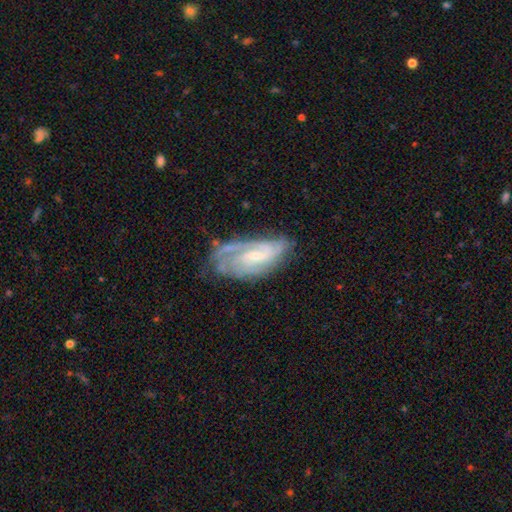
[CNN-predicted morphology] smooth-or-featured: featured or disk: 84% | smooth: 10% | star or artifact: 6%
  disk-edge-on: no: 95% | yes: 5%
    bar: weak: 47% | no: 38% | strong: 15%
    has-spiral-arms: yes: 95% | no: 5%
      spiral-winding: tight: 50% | medium: 39% | loose: 11%
      spiral-arm-count: 2: 36% | can't tell: 25% | 3: 23% | 4: 8% | 1: 5% | more than 4: 4%
    bulge-size: small: 64% | moderate: 29% | none: 5% | large: 1% | dominant: 1%
  merging: none: 62% | minor disturbance: 25% | major disturbance: 11% | merger: 2%